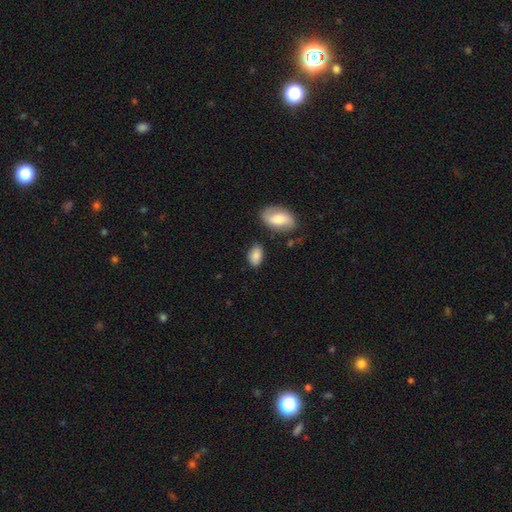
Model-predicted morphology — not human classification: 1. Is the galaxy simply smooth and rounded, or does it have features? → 83% smooth, 11% featured or disk, 7% star or artifact.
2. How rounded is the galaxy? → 90% in between, 8% round, 2% cigar-shaped.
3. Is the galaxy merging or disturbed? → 77% none, 15% minor disturbance, 5% merger, 4% major disturbance.